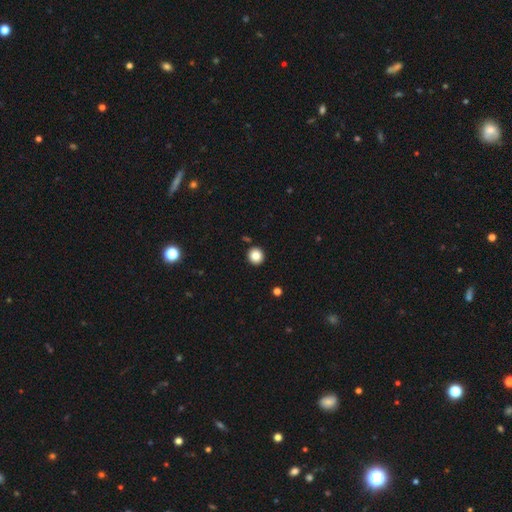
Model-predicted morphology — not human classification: A smooth galaxy with no disk features (85%) that is round (93%). Merging: none (92%).